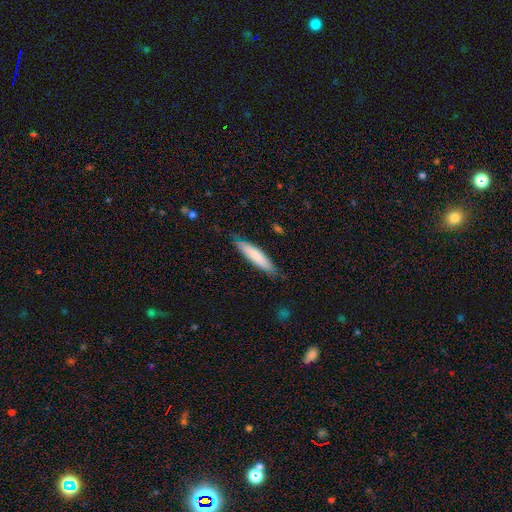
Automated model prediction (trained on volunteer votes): Smooth or featured? Predicted: smooth (p=0.79). How rounded? Predicted: cigar-shaped (p=0.79). Merging? Predicted: none (p=0.81).